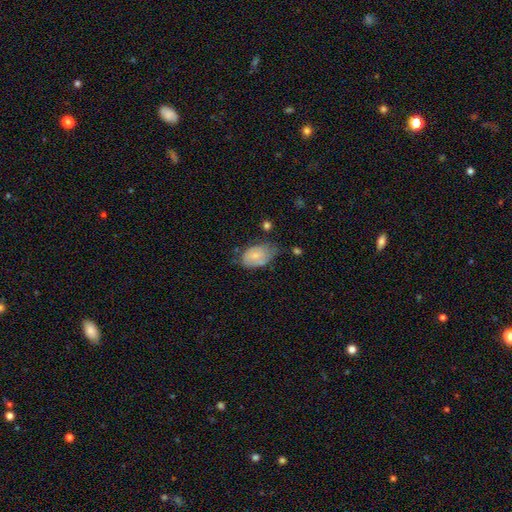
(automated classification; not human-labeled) smooth 66%, featured or disk 28%, star or artifact 7%. Down the decision tree: how rounded — in between (90%); merging — none (45%).